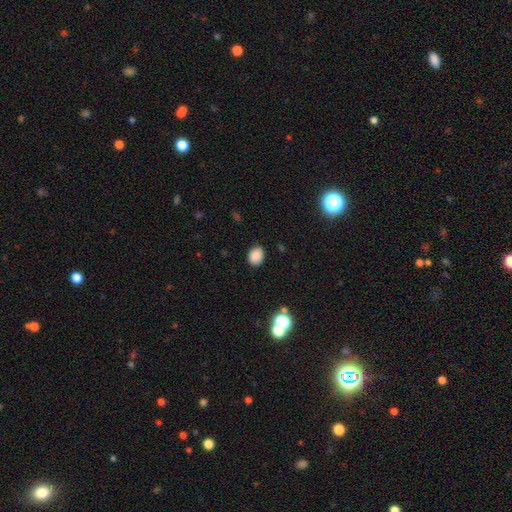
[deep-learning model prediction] A smooth galaxy with no disk features (86%) that is in between round and cigar-shaped (53%). Merging: none (87%).